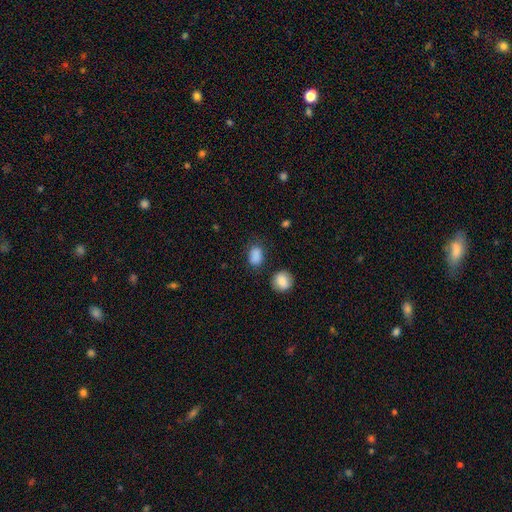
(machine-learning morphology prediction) smooth-or-featured: smooth: 86% | star or artifact: 10% | featured or disk: 4%
  how-rounded: in between: 77% | round: 22% | cigar-shaped: 1%
  merging: none: 73% | minor disturbance: 17% | major disturbance: 5% | merger: 5%